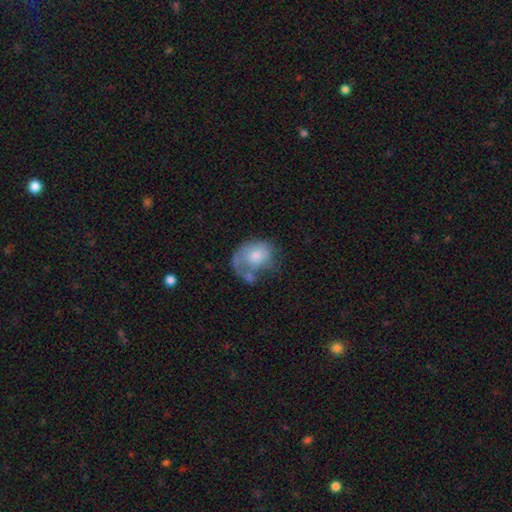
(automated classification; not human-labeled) Smooth or featured? Predicted: smooth (p=0.57). How rounded? Predicted: in between (p=0.62). Merging? Predicted: major disturbance (p=0.37).